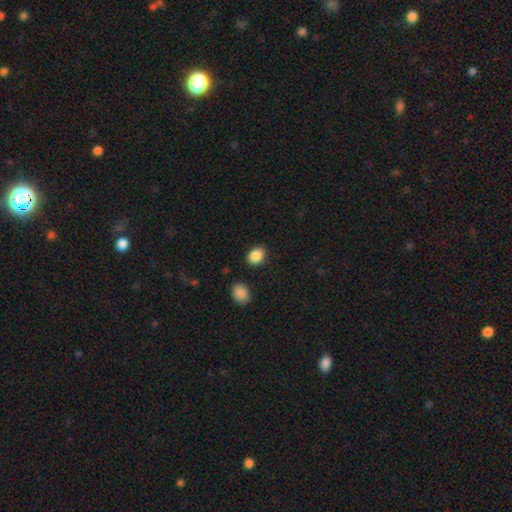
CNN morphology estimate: Q: Smooth or featured?
A: smooth (88%); runner-up: star or artifact (9%)
Q: How rounded?
A: in between (62%); runner-up: round (37%)
Q: Merging?
A: none (85%); runner-up: minor disturbance (9%)